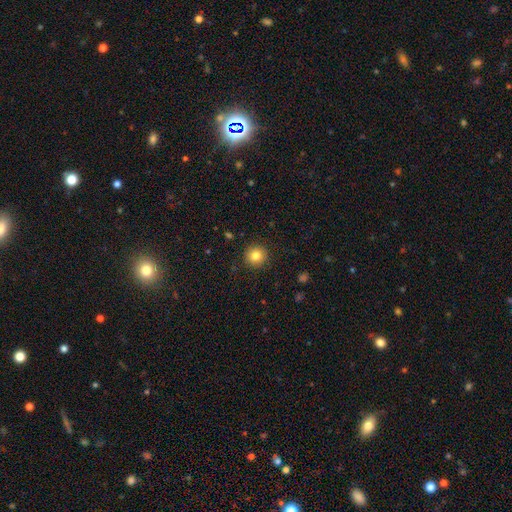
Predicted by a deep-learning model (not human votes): Overall: smooth (82%). How rounded: round (94%). Merging: none (91%).